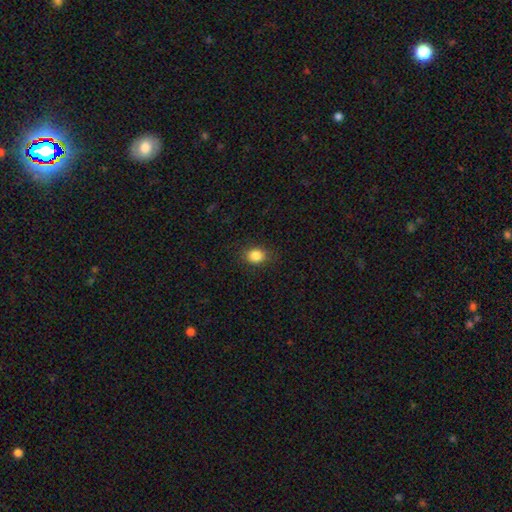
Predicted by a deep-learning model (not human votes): This is clearly a smooth galaxy (85%). How rounded: possibly round (51%). Merging: clearly none (87%).